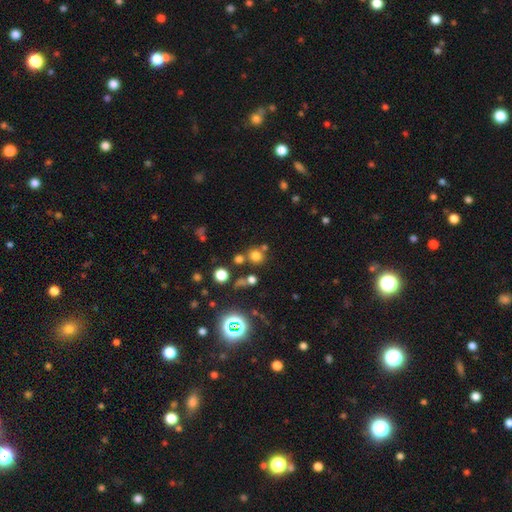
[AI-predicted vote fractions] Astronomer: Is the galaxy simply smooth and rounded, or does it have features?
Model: smooth — 69%.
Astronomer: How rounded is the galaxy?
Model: round — 88%.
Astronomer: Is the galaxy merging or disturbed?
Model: none — 72%.